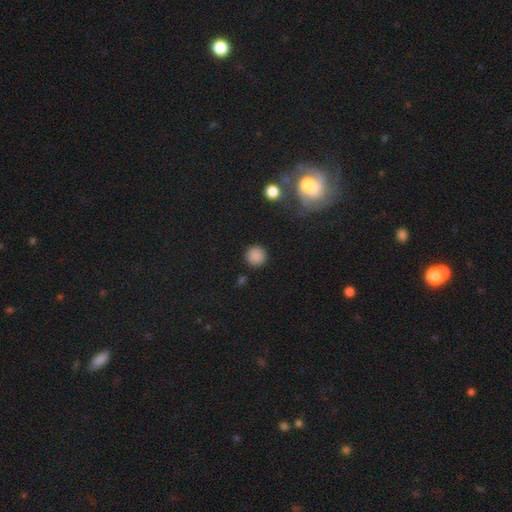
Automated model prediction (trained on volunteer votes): This appears to be a smooth galaxy with no disk features (86%) that is round (94%). Merging: none (90%).